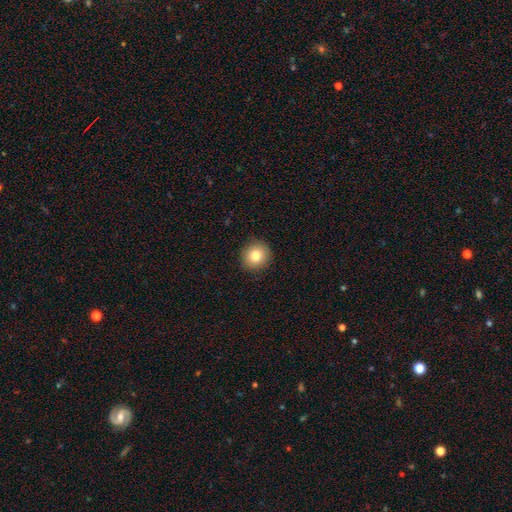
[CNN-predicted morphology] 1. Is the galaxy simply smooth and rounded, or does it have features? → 81% smooth, 10% star or artifact, 9% featured or disk.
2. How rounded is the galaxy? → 89% round, 10% in between, 1% cigar-shaped.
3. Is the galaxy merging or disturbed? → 91% none, 6% minor disturbance, 2% major disturbance, 1% merger.